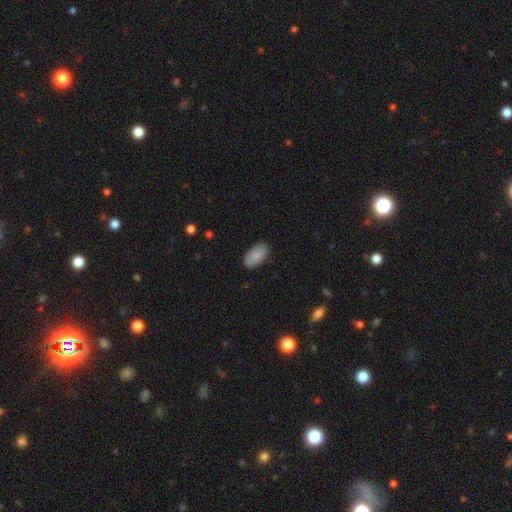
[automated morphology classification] A smooth galaxy with no disk features (89%) that is in between round and cigar-shaped (94%). Merging: none (87%).